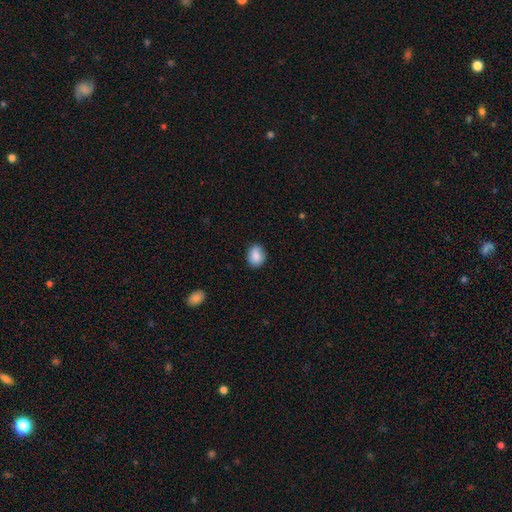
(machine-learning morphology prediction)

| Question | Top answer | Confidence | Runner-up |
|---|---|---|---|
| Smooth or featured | smooth | 87% | star or artifact (8%) |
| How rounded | in between | 60% | round (39%) |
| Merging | none | 83% | minor disturbance (13%) |